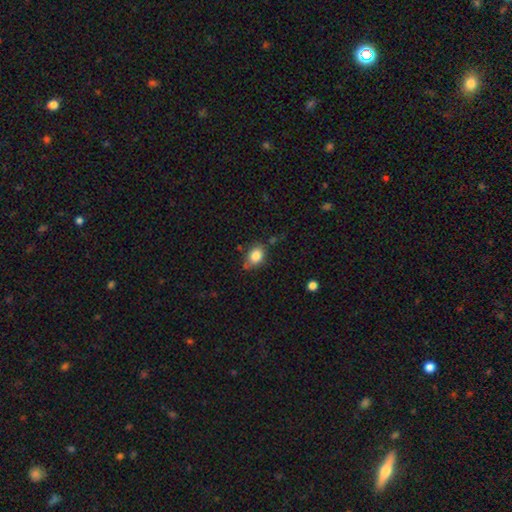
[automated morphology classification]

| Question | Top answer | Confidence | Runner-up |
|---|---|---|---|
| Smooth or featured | smooth | 84% | star or artifact (9%) |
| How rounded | in between | 65% | round (34%) |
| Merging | none | 68% | minor disturbance (22%) |